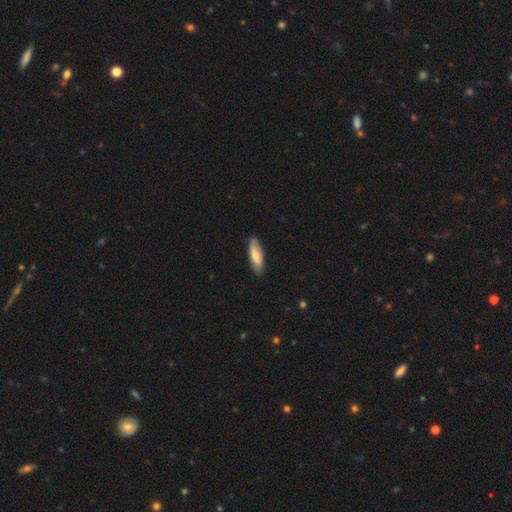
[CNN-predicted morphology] type=smooth (73%); roundness=in between (52%); merging=none (86%).